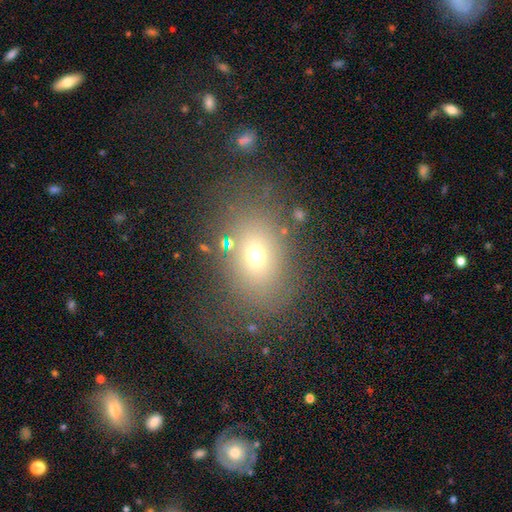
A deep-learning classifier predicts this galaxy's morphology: Q: Smooth or featured?
A: smooth (65%); runner-up: star or artifact (19%)
Q: How rounded?
A: in between (61%); runner-up: round (38%)
Q: Merging?
A: none (71%); runner-up: minor disturbance (14%)